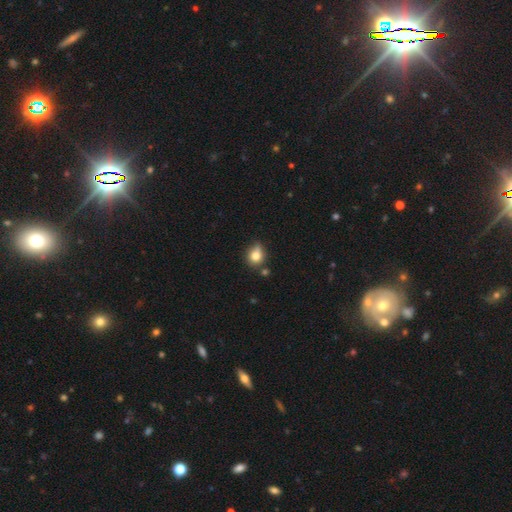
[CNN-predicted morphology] Overall: smooth (79%). How rounded: round (70%). Merging: none (54%; minor disturbance 29%).